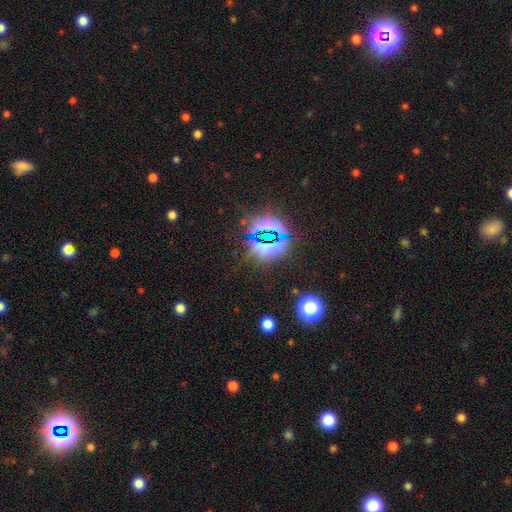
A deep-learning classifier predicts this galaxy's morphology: Smooth or featured? Predicted: star or artifact (p=0.81).